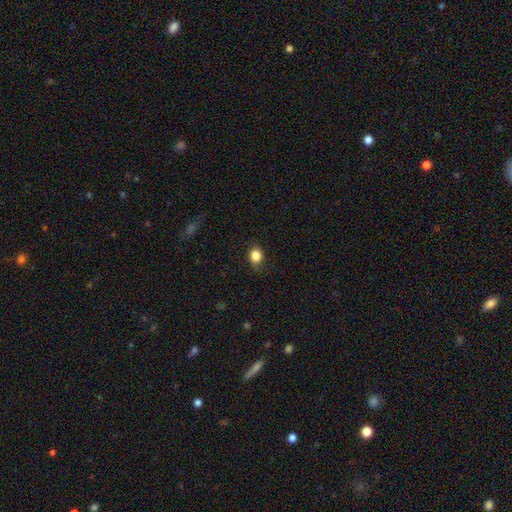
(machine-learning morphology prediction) The model was most divided on "how rounded": round: 61%, in between: 38%, cigar-shaped: 1%. More confident: smooth or featured — smooth (84%); merging — none (81%).